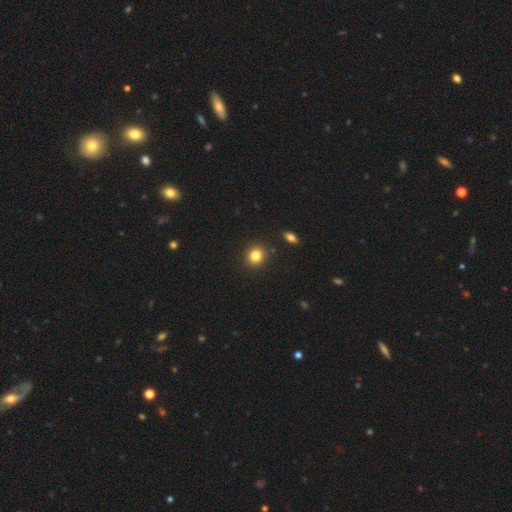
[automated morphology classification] Overall: smooth (83%). How rounded: round (80%). Merging: none (89%).